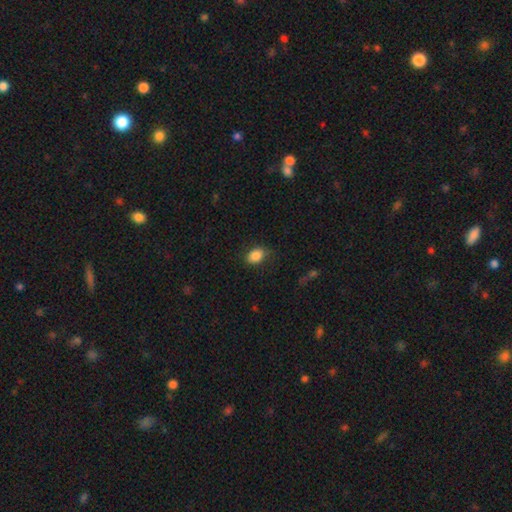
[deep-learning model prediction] Smooth or featured? smooth (86%)
How rounded? in between (73%)
Merging? none (76%)